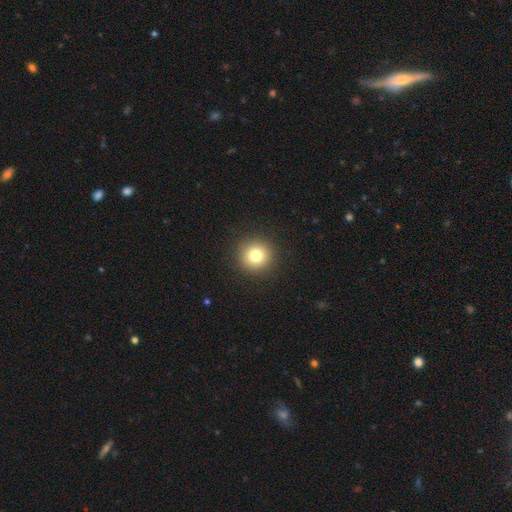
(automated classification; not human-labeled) Q: Smooth or featured?
A: smooth (79%); runner-up: star or artifact (12%)
Q: How rounded?
A: round (95%); runner-up: in between (4%)
Q: Merging?
A: none (92%); runner-up: minor disturbance (5%)